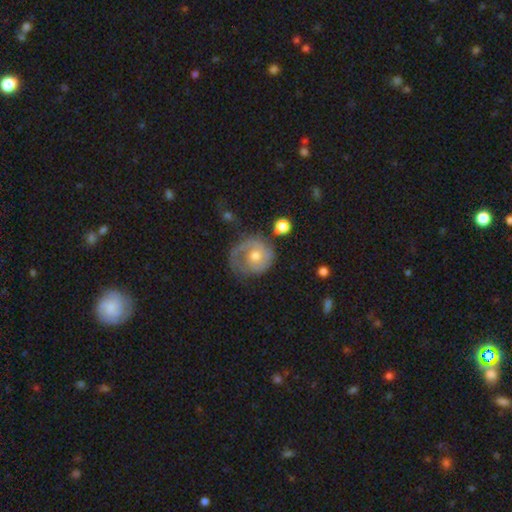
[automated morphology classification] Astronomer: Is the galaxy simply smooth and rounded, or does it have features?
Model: featured or disk — 67%.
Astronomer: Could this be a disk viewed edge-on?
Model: no — 97%.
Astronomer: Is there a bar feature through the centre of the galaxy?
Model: no — 76%.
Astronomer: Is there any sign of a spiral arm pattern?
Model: yes — 82%.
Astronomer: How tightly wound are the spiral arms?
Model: tight — 53% (runner-up: medium, 32%).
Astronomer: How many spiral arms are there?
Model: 1 — 42% (runner-up: 2, 31%).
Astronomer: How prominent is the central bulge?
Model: moderate — 63%.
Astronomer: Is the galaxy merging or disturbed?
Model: none — 52%.